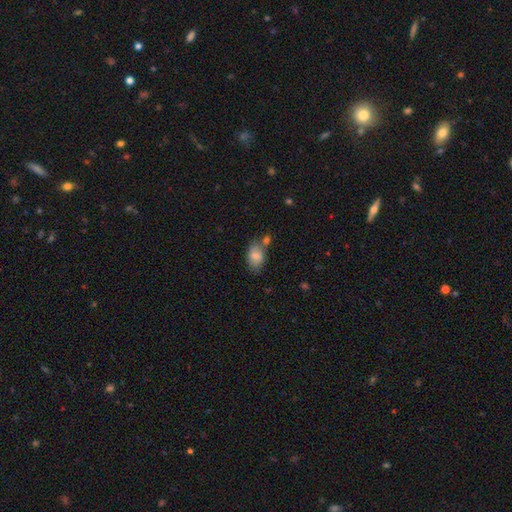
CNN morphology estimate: type=smooth (79%); roundness=in between (88%); merging=none (54%).